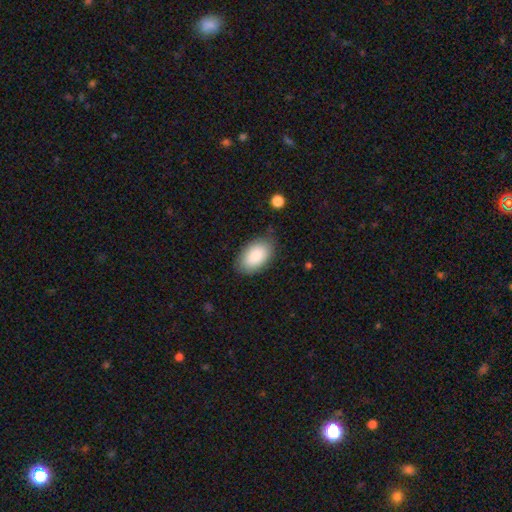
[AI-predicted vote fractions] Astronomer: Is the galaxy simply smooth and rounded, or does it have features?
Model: smooth — 88%.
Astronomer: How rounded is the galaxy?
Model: in between — 94%.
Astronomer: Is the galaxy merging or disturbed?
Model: none — 79%.